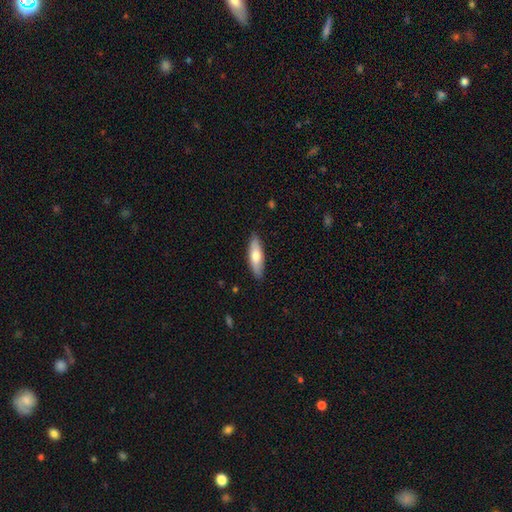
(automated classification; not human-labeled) smooth_or_featured: smooth (p=0.70) [alt: featured or disk p=0.25]
how_rounded: in between (p=0.52) [alt: cigar-shaped p=0.46]
merging: none (p=0.87) [alt: minor disturbance p=0.10]